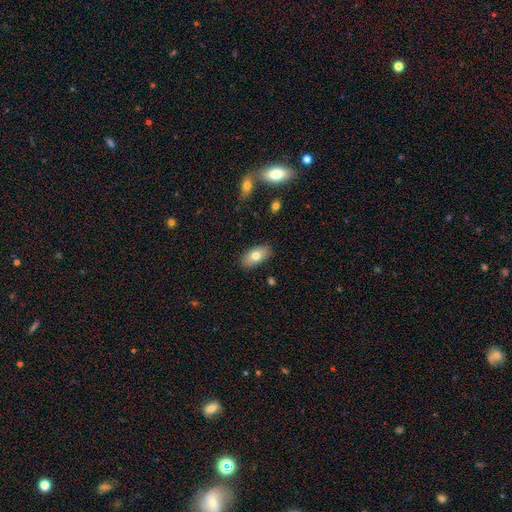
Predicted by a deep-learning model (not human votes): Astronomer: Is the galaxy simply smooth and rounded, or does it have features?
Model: smooth — 76%.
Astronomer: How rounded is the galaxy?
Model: in between — 92%.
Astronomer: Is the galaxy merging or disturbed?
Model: none — 87%.